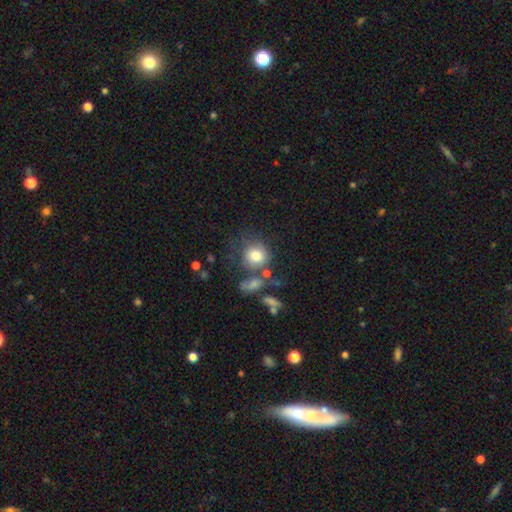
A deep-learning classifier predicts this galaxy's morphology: The model was most divided on "merging": none: 54%, merger: 17%, minor disturbance: 17%, major disturbance: 12%. More confident: how rounded — round (85%); smooth or featured — smooth (77%).